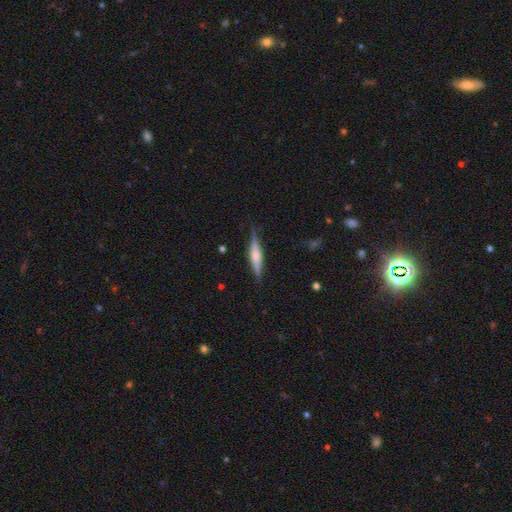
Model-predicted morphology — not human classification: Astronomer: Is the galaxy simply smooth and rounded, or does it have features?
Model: featured or disk — 60%.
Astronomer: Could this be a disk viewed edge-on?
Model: yes — 97%.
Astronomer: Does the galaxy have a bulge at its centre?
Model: rounded — 71%.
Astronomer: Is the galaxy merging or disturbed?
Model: none — 84%.